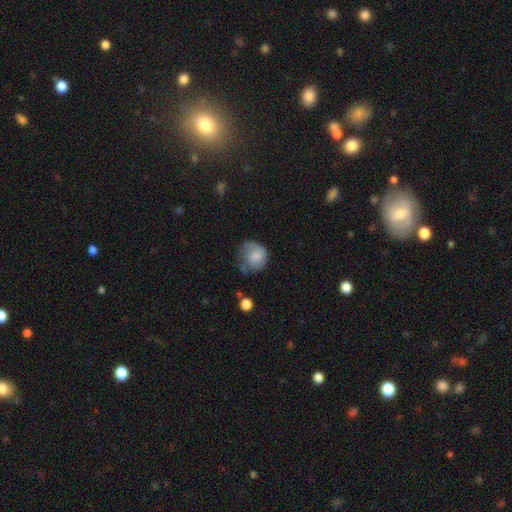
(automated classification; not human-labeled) Smooth or featured? Predicted: smooth (p=0.64). How rounded? Predicted: round (p=0.72). Merging? Predicted: none (p=0.37).